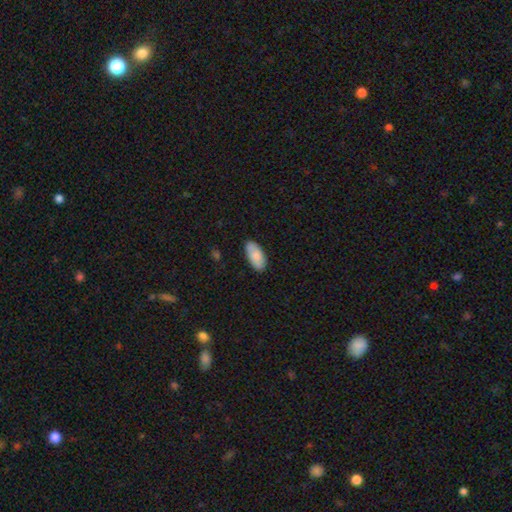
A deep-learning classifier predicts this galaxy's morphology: Smooth or featured? smooth (82%)
How rounded? in between (92%)
Merging? none (85%)